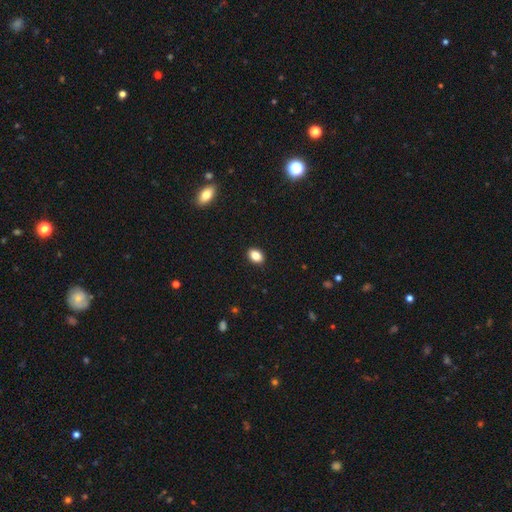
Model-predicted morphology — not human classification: This is clearly a smooth galaxy (86%). How rounded: likely in between (79%). Merging: clearly none (90%).